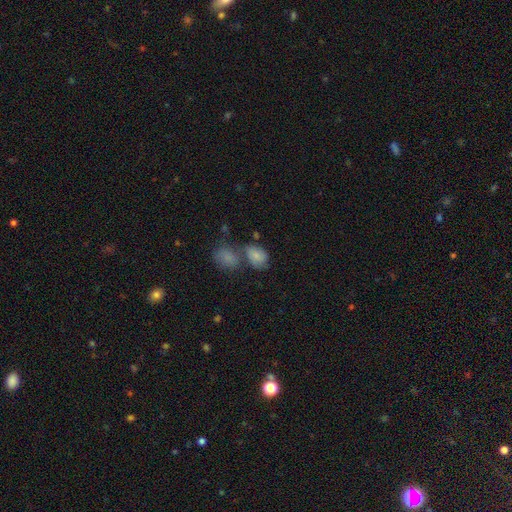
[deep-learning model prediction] Overall: smooth (79%). How rounded: in between (78%). Merging: merger (44%; none 36%).